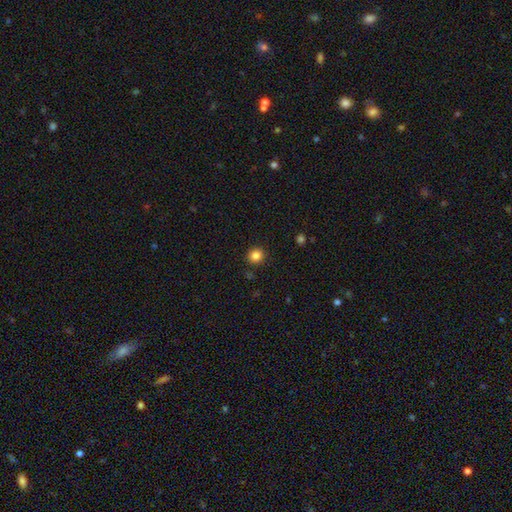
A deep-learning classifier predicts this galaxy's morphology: Smooth or featured?
  - smooth: 84% *
  - star or artifact: 12%
  - featured or disk: 4%
How rounded?
  - round: 88% *
  - in between: 11%
  - cigar-shaped: 1%
Merging?
  - none: 91% *
  - minor disturbance: 6%
  - major disturbance: 2%
  - merger: 1%